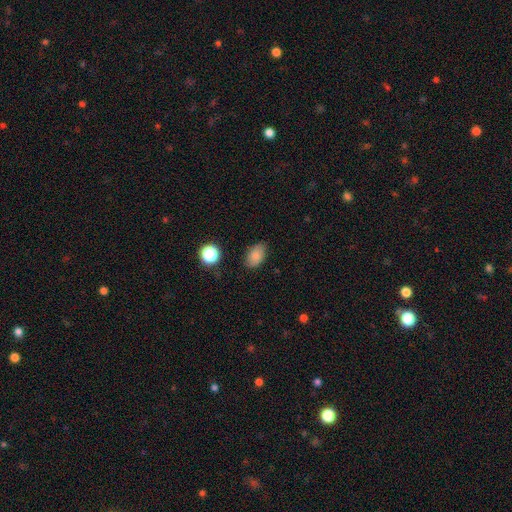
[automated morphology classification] The model was most divided on "merging": none: 81%, minor disturbance: 14%, major disturbance: 3%, merger: 1%. More confident: how rounded — in between (88%); smooth or featured — smooth (83%).